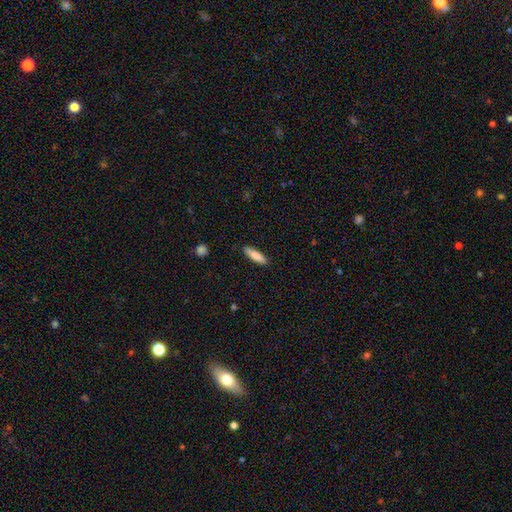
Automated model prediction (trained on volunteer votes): This is likely a smooth galaxy (78%). How rounded: likely cigar-shaped (73%). Merging: clearly none (89%).